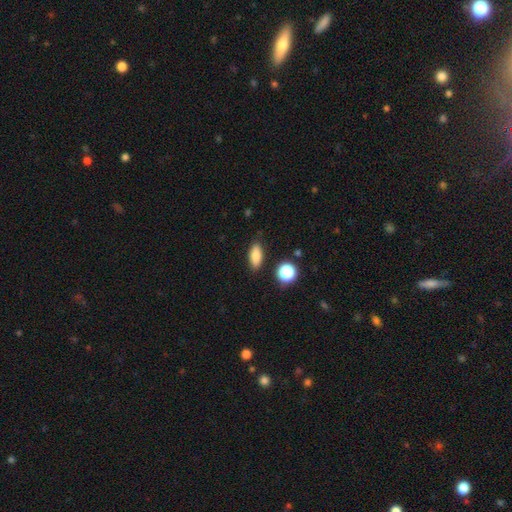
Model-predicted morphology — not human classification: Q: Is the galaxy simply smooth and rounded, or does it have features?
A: smooth — 81%.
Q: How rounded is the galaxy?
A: in between — 74%.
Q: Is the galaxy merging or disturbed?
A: none — 86%.